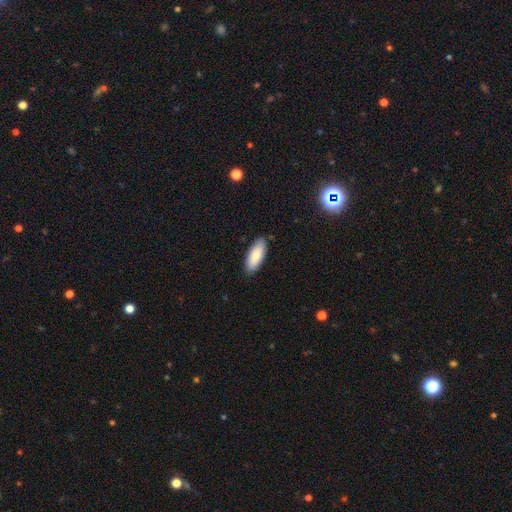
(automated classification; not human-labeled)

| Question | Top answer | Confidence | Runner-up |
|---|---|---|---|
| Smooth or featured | smooth | 85% | featured or disk (9%) |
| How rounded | in between | 77% | cigar-shaped (21%) |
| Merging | none | 87% | minor disturbance (10%) |